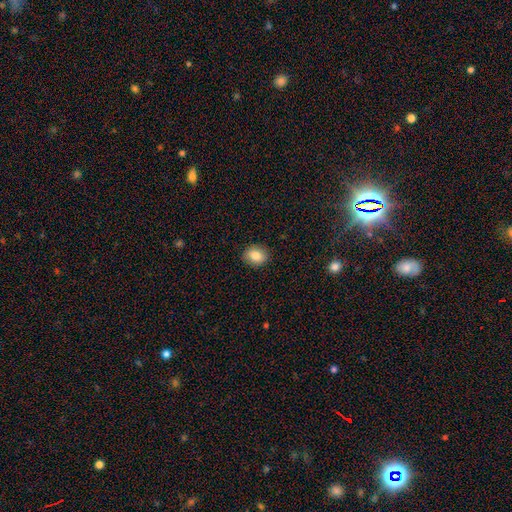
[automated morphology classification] A smooth galaxy with no disk features (84%) that is round (56%). Merging: none (89%).